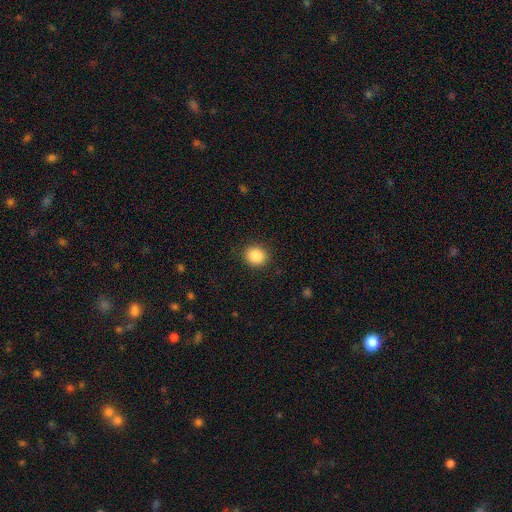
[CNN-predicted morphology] smooth_or_featured: smooth (p=0.88) [alt: star or artifact p=0.09]
how_rounded: round (p=0.82) [alt: in between p=0.17]
merging: none (p=0.89) [alt: minor disturbance p=0.07]